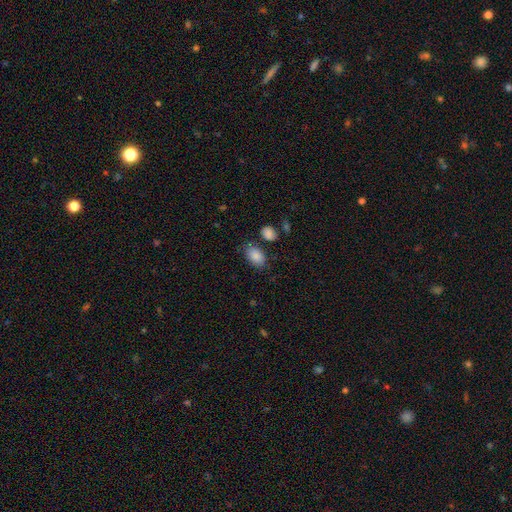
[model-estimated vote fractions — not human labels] This is clearly a smooth galaxy (86%). How rounded: clearly in between (89%). Merging: likely none (72%).